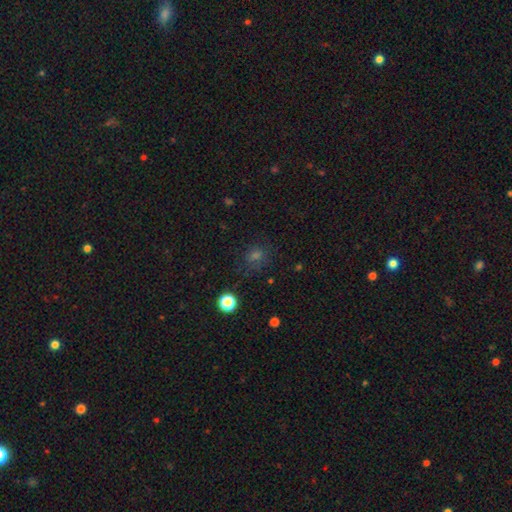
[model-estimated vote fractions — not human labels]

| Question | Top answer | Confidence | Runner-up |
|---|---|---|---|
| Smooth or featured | smooth | 58% | star or artifact (33%) |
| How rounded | round | 72% | in between (27%) |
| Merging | none | 74% | minor disturbance (16%) |